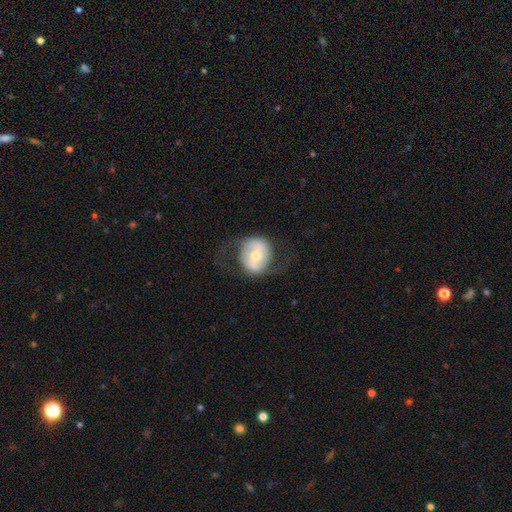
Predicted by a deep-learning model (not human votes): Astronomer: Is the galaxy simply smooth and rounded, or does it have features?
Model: featured or disk — 55% (runner-up: smooth, 38%).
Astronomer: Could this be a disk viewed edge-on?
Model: no — 95%.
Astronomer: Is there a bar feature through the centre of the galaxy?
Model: no — 49% (runner-up: weak, 30%).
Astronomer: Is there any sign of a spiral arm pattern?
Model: yes — 58% (runner-up: no, 42%).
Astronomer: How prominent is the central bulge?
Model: moderate — 65%.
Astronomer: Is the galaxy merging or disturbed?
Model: none — 64%.